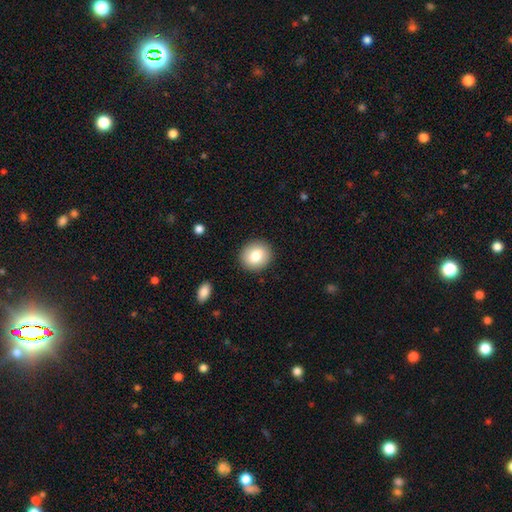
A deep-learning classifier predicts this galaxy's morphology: type=smooth (81%); roundness=round (77%); merging=none (90%).